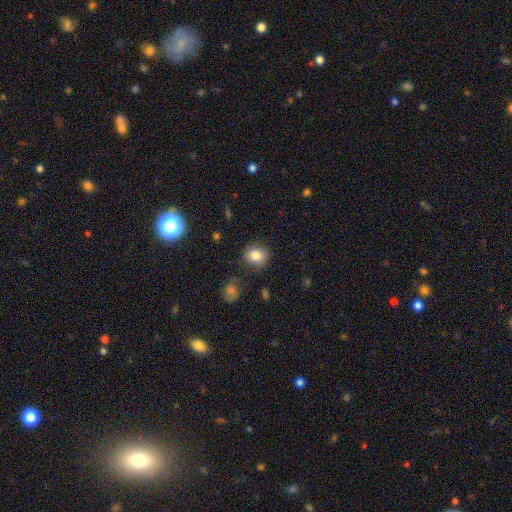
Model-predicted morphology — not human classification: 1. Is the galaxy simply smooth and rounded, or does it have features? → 83% smooth, 10% star or artifact, 7% featured or disk.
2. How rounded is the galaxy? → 73% round, 26% in between, 1% cigar-shaped.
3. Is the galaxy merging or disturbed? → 82% none, 12% minor disturbance, 4% major disturbance, 2% merger.